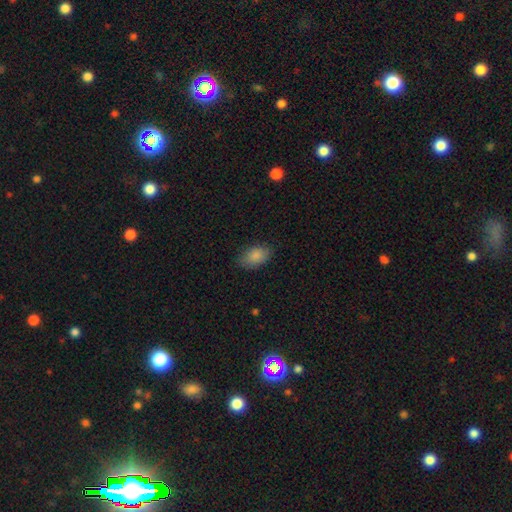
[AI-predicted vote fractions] This appears to be a smooth galaxy with no disk features (87%) that is in between round and cigar-shaped (91%). Merging: none (82%).